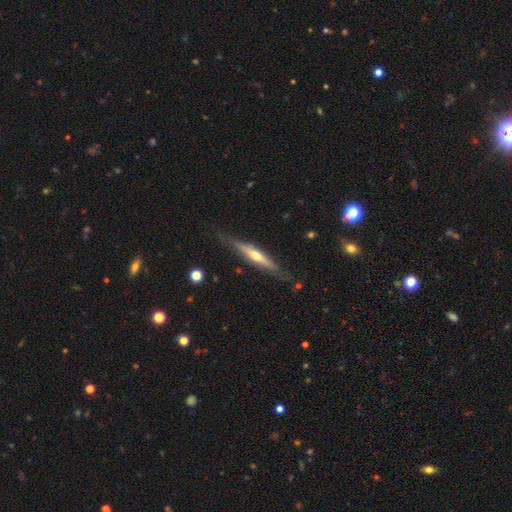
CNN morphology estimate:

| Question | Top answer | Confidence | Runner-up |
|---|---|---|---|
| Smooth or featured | featured or disk | 68% | smooth (27%) |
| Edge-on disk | yes | 95% | no (5%) |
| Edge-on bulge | rounded | 85% | none (10%) |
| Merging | none | 79% | minor disturbance (16%) |